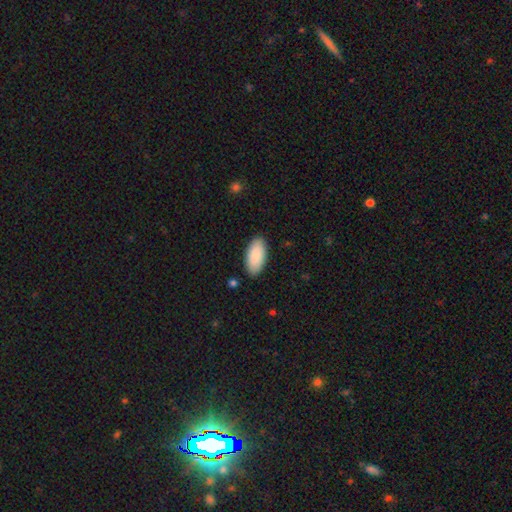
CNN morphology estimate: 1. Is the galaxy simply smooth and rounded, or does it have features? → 90% smooth, 6% star or artifact, 4% featured or disk.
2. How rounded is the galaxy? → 94% in between, 5% cigar-shaped, 2% round.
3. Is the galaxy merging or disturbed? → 88% none, 9% minor disturbance, 2% major disturbance, 1% merger.